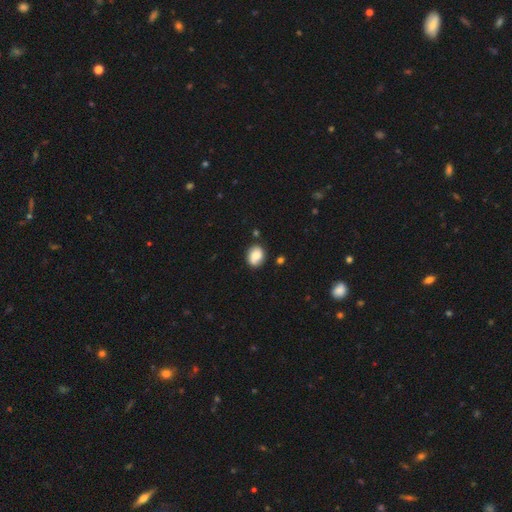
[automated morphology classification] smooth-or-featured: smooth: 77% | featured or disk: 14% | star or artifact: 9%
  how-rounded: in between: 54% | round: 45% | cigar-shaped: 1%
  merging: none: 77% | minor disturbance: 16% | merger: 4% | major disturbance: 4%